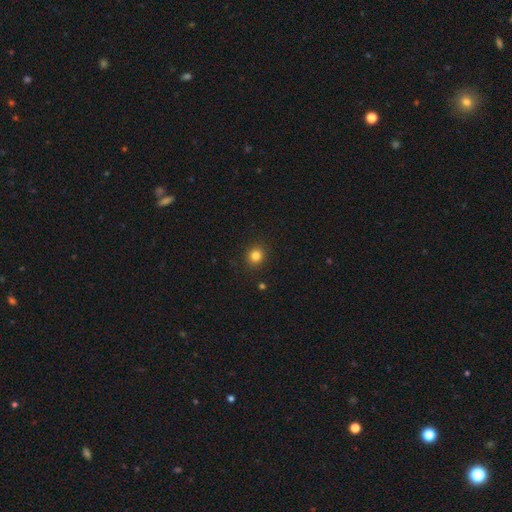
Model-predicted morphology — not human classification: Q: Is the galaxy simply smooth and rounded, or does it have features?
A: smooth — 83%.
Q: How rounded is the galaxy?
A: round — 84%.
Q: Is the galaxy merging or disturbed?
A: none — 91%.